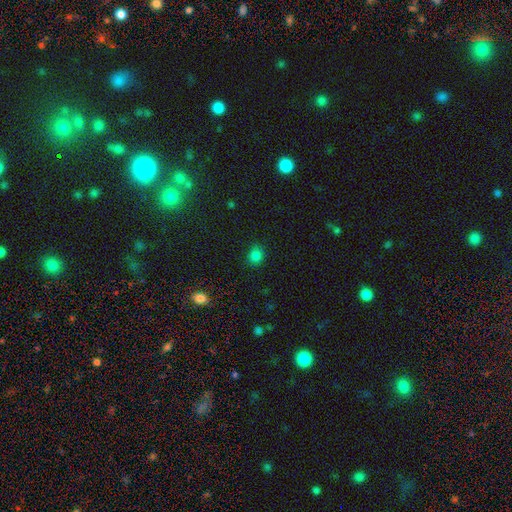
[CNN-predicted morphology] smooth_or_featured: smooth (p=0.82) [alt: star or artifact p=0.15]
how_rounded: round (p=0.72) [alt: in between p=0.27]
merging: none (p=0.83) [alt: minor disturbance p=0.12]